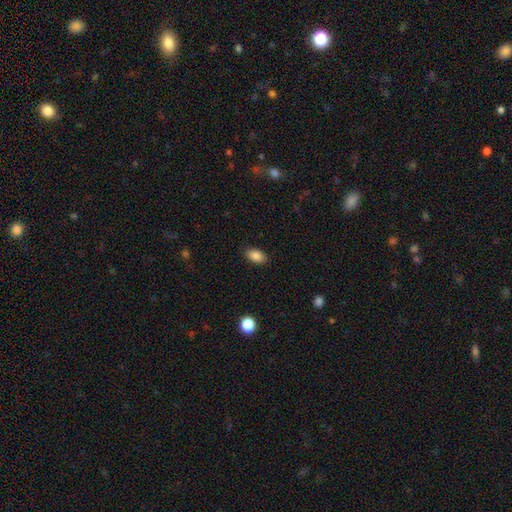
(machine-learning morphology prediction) Smooth or featured: smooth — 87% (star or artifact — 8%)
How rounded: in between — 92% (round — 6%)
Merging: none — 87% (minor disturbance — 9%)